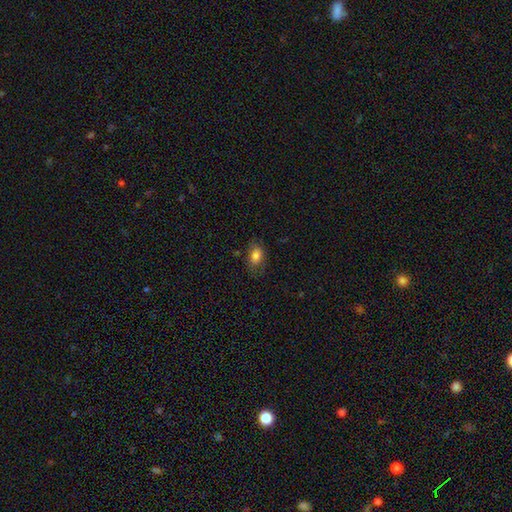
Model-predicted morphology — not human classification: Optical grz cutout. It shows a smooth galaxy with no disk features (82%) that is in between round and cigar-shaped (83%). Merging: none (70%).